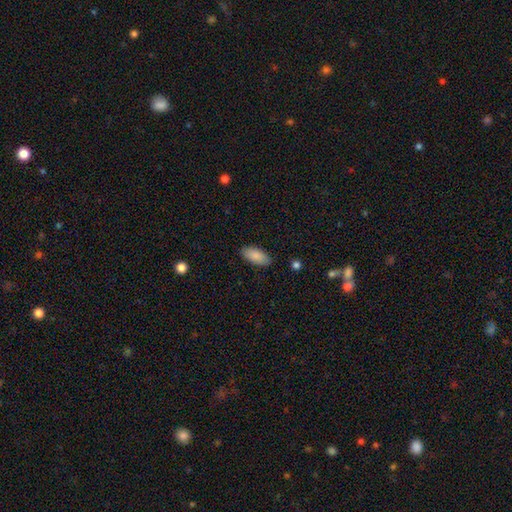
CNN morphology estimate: A smooth galaxy with no disk features (87%) that is in between round and cigar-shaped (89%). Merging: none (88%).